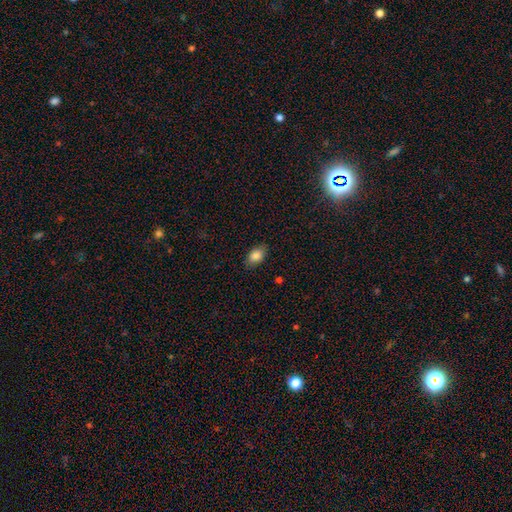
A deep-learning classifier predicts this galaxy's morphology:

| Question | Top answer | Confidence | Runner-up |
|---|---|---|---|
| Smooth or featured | smooth | 85% | star or artifact (8%) |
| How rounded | in between | 85% | round (13%) |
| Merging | none | 83% | minor disturbance (13%) |